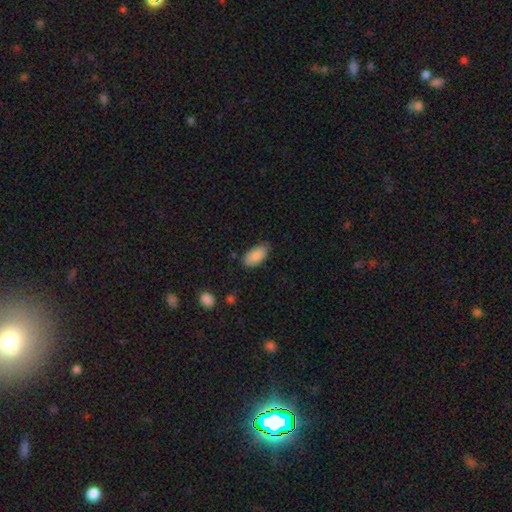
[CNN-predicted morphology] This appears to be a smooth galaxy with no disk features (88%) that is in between round and cigar-shaped (94%). Merging: none (77%).